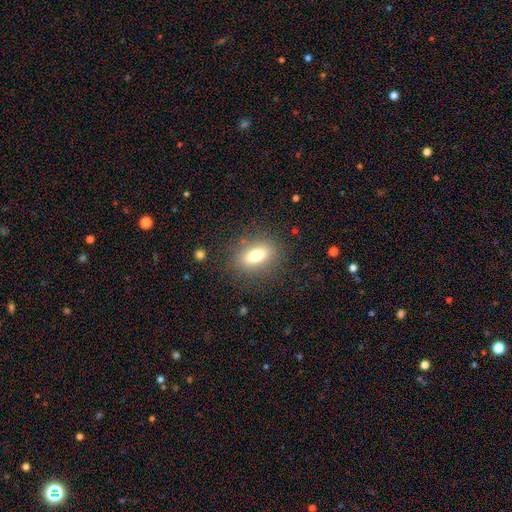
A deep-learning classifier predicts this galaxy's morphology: Smooth or featured: smooth — 73% (featured or disk — 17%)
How rounded: in between — 76% (round — 13%)
Merging: none — 84% (minor disturbance — 10%)